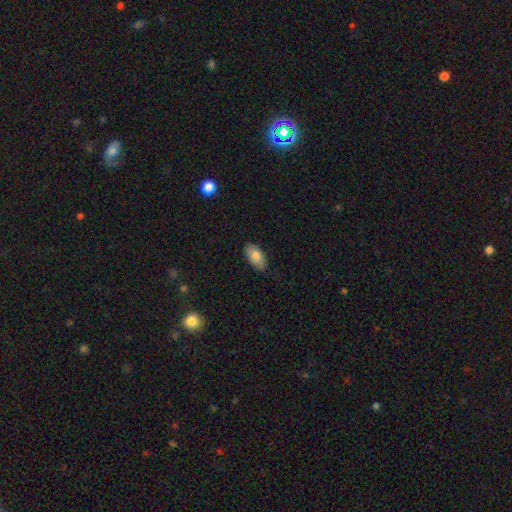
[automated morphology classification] smooth-or-featured: smooth: 81% | featured or disk: 12% | star or artifact: 7%
  how-rounded: in between: 93% | cigar-shaped: 3% | round: 3%
  merging: none: 84% | minor disturbance: 12% | major disturbance: 2% | merger: 1%